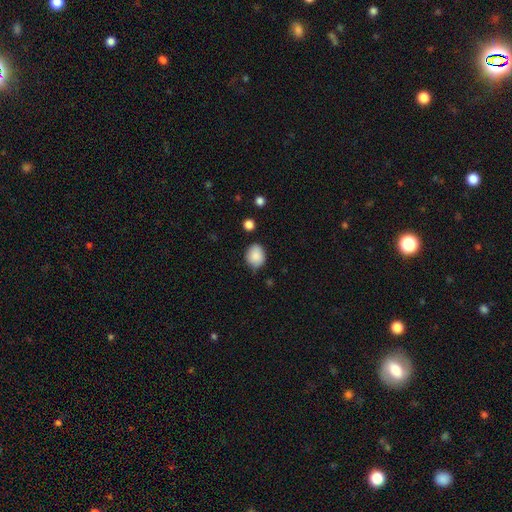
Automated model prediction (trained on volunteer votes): This is clearly a smooth galaxy (88%). How rounded: possibly round (53%). Merging: likely none (73%).